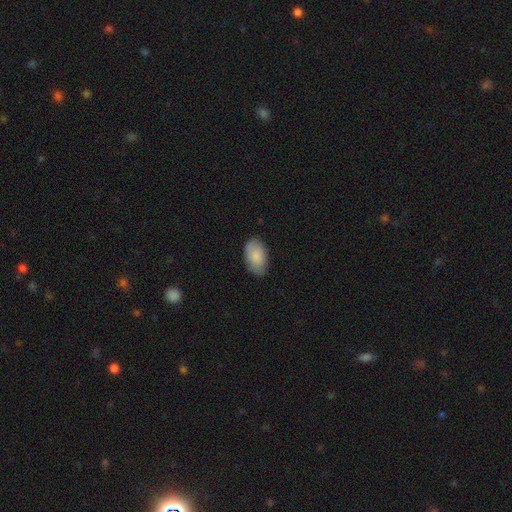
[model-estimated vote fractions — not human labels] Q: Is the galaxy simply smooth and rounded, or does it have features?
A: smooth — 84%.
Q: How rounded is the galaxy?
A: in between — 94%.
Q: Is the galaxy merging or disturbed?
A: none — 80%.